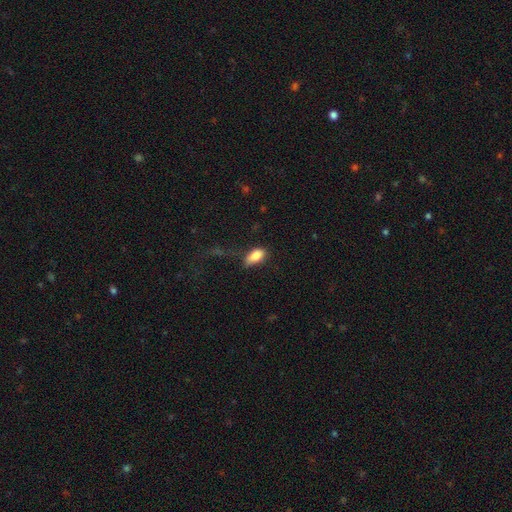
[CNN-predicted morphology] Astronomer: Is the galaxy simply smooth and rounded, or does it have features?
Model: smooth — 83%.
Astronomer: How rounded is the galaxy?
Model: in between — 90%.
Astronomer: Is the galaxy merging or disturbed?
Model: none — 49% (runner-up: minor disturbance, 31%).